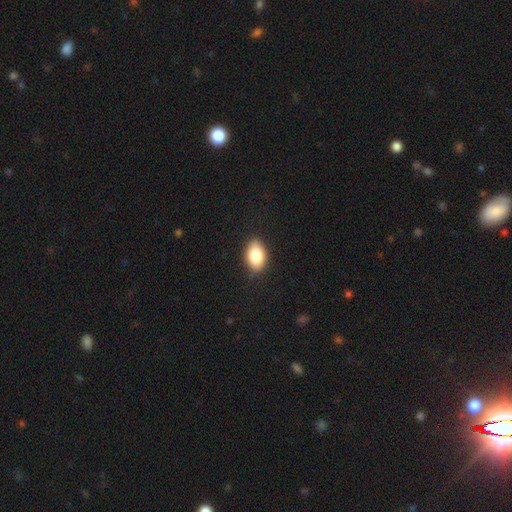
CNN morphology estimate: Overall: smooth (86%). How rounded: in between (89%). Merging: none (86%).